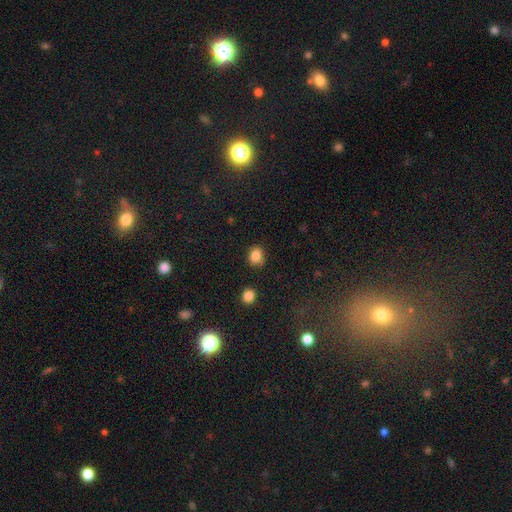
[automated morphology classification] Q: Smooth or featured?
A: smooth (84%); runner-up: star or artifact (11%)
Q: How rounded?
A: round (58%); runner-up: in between (41%)
Q: Merging?
A: none (76%); runner-up: minor disturbance (17%)